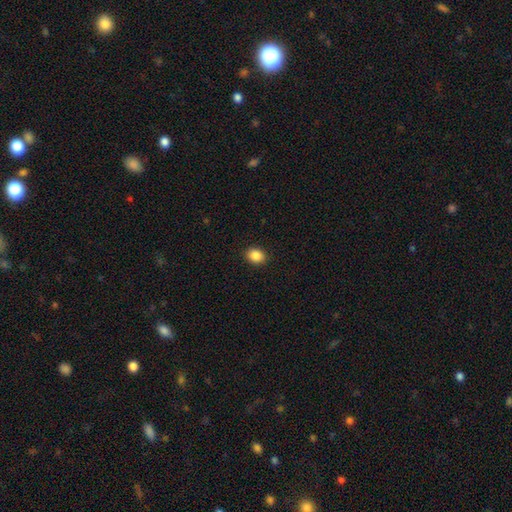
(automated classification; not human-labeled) Smooth or featured: smooth — 88% (star or artifact — 9%)
How rounded: in between — 57% (round — 42%)
Merging: none — 91% (minor disturbance — 6%)